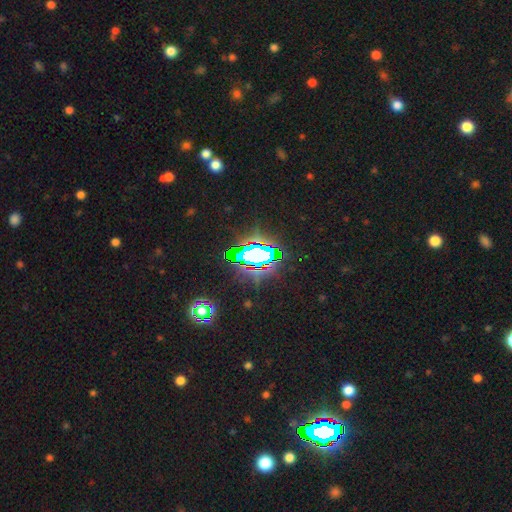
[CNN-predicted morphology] Smooth or featured: star or artifact — 70% (smooth — 17%)